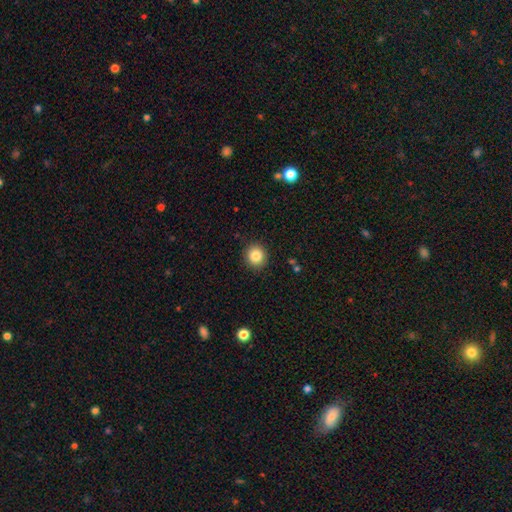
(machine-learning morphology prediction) Smooth or featured? Predicted: smooth (p=0.85). How rounded? Predicted: round (p=0.89). Merging? Predicted: none (p=0.91).